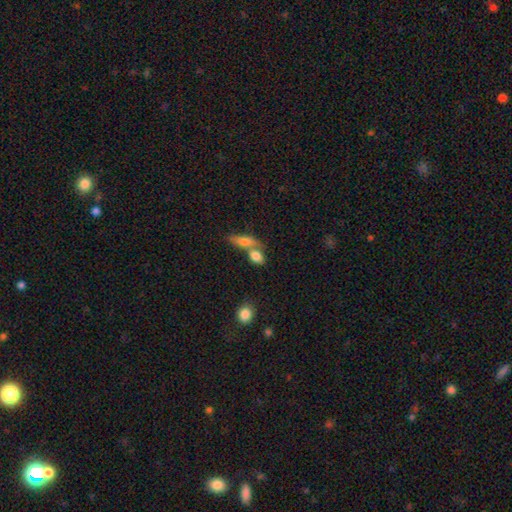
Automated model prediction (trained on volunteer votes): smooth_or_featured: smooth (p=0.77) [alt: featured or disk p=0.14]
how_rounded: in between (p=0.74) [alt: round p=0.16]
merging: merger (p=0.45) [alt: none p=0.40]